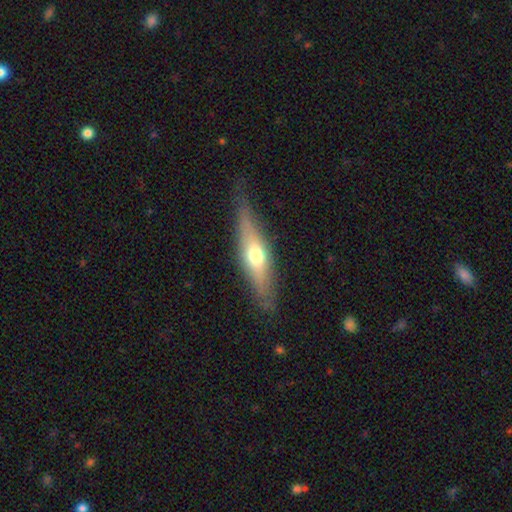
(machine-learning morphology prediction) smooth-or-featured: smooth: 47% | featured or disk: 46% | star or artifact: 7%
  merging: none: 81% | minor disturbance: 14% | major disturbance: 4% | merger: 1%